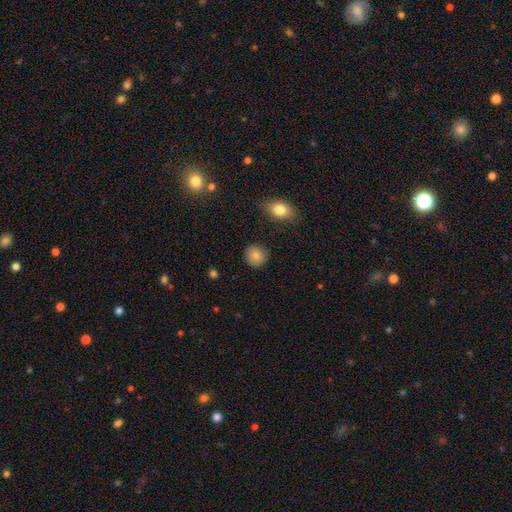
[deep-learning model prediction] A smooth galaxy with no disk features (84%) that is round (90%).

Vote fractions:
- Smooth or featured? smooth: 84% / star or artifact: 9% / featured or disk: 7%
- How rounded? round: 90% / in between: 9% / cigar-shaped: 1%
- Merging? none: 89% / minor disturbance: 7% / major disturbance: 2% / merger: 2%